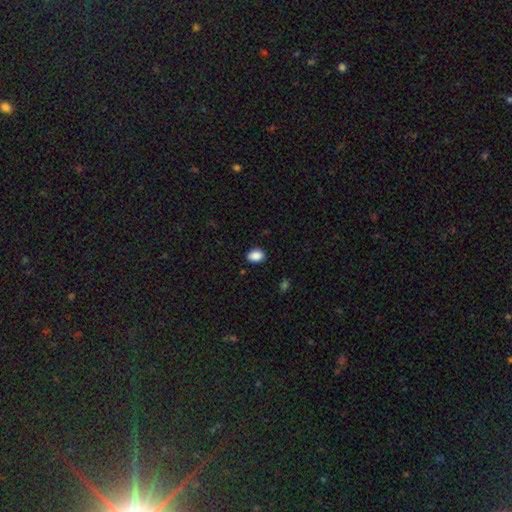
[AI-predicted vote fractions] Morphology: type=smooth (89%); roundness=in between (79%); merging=none (87%).